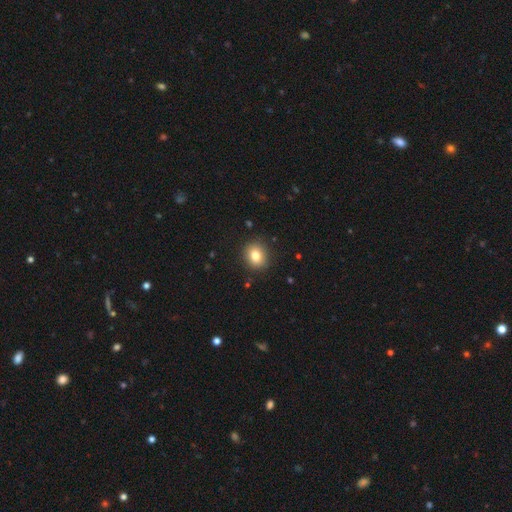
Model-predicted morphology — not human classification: Smooth or featured: smooth — 82% (star or artifact — 10%)
How rounded: round — 70% (in between — 29%)
Merging: none — 88% (minor disturbance — 8%)